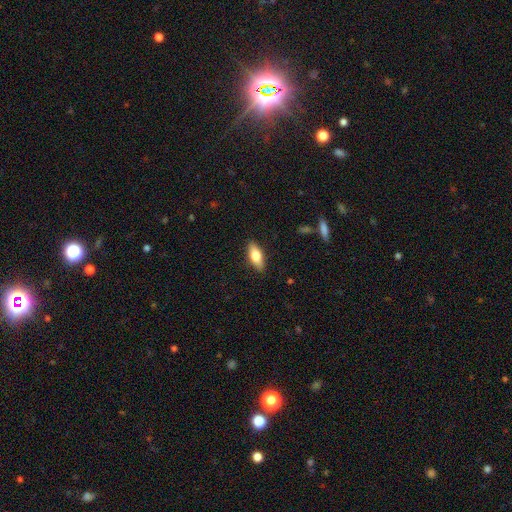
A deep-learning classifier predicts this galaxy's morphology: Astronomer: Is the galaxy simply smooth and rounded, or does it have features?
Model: smooth — 70%.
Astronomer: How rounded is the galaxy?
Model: in between — 76%.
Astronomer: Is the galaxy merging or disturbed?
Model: none — 88%.